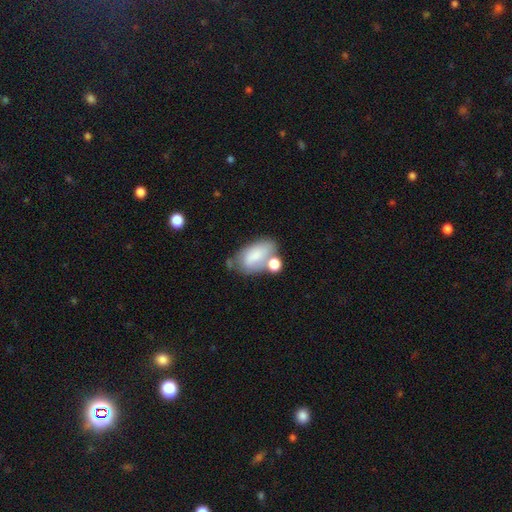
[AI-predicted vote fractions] Q: Smooth or featured?
A: smooth (74%); runner-up: featured or disk (19%)
Q: How rounded?
A: in between (91%); runner-up: round (6%)
Q: Merging?
A: none (40%); runner-up: merger (30%)